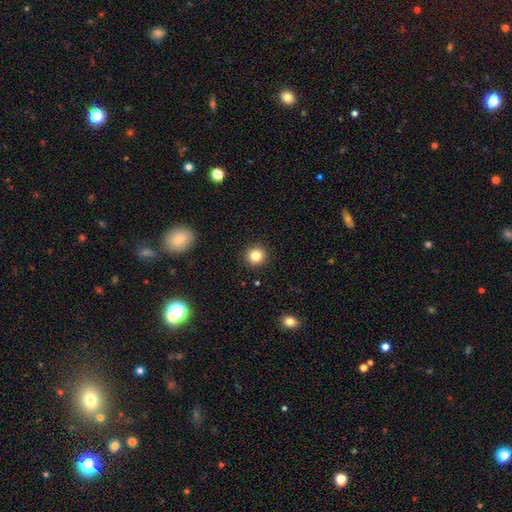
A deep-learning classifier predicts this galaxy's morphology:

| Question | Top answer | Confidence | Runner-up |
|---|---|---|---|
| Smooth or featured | smooth | 83% | star or artifact (11%) |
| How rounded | round | 94% | in between (6%) |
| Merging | none | 92% | minor disturbance (5%) |